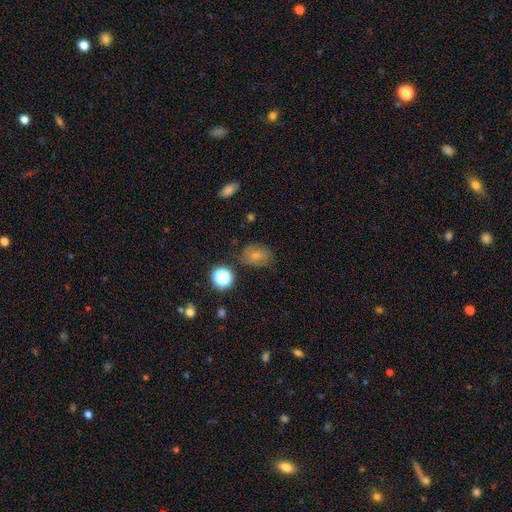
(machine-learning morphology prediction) Q: Smooth or featured?
A: smooth (70%); runner-up: featured or disk (15%)
Q: How rounded?
A: in between (59%); runner-up: round (40%)
Q: Merging?
A: none (68%); runner-up: minor disturbance (21%)